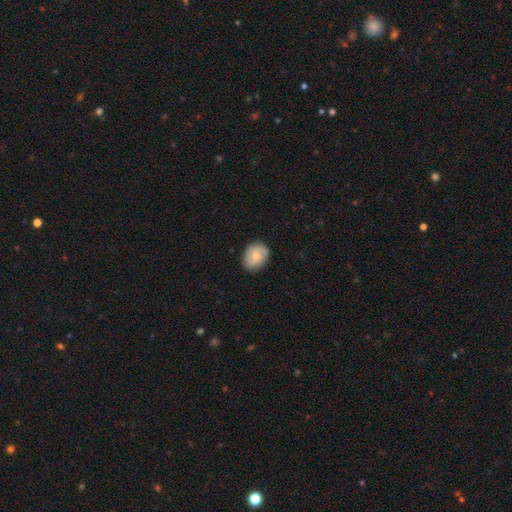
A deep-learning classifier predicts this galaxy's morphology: The model was most divided on "how rounded": in between: 56%, round: 43%, cigar-shaped: 1%. More confident: merging — none (80%); smooth or featured — smooth (62%).